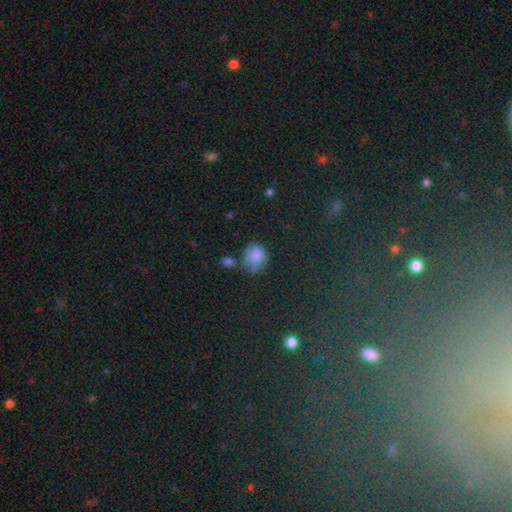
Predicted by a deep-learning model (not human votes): A smooth galaxy with no disk features (76%) that is round (63%). Merging: none (44%).